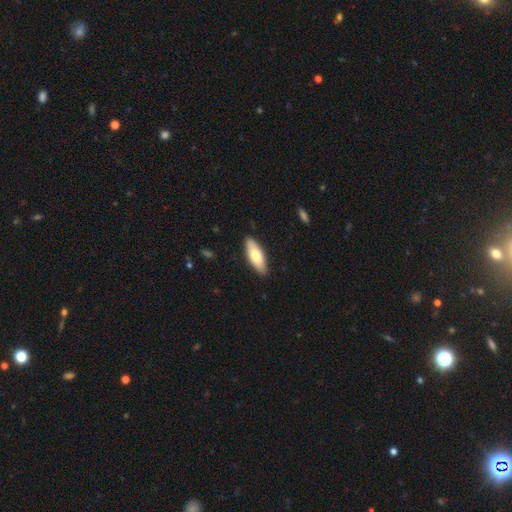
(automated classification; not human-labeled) Smooth or featured?
  - smooth: 70% *
  - featured or disk: 24%
  - star or artifact: 5%
How rounded?
  - in between: 68% *
  - cigar-shaped: 30%
  - round: 2%
Merging?
  - none: 88% *
  - minor disturbance: 9%
  - major disturbance: 2%
  - merger: 1%